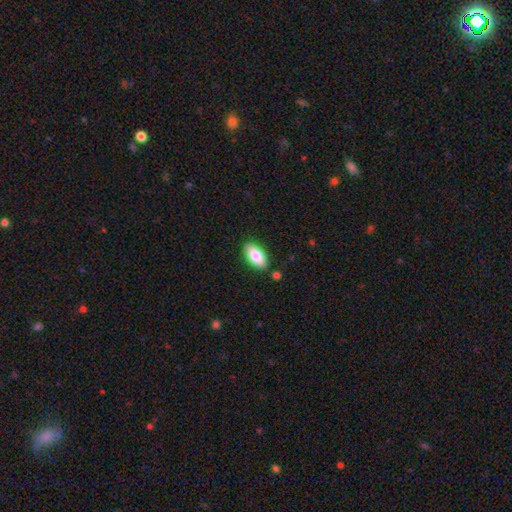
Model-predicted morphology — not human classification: smooth-or-featured: smooth: 82% | featured or disk: 12% | star or artifact: 7%
  how-rounded: in between: 92% | cigar-shaped: 5% | round: 3%
  merging: none: 86% | minor disturbance: 9% | merger: 3% | major disturbance: 2%